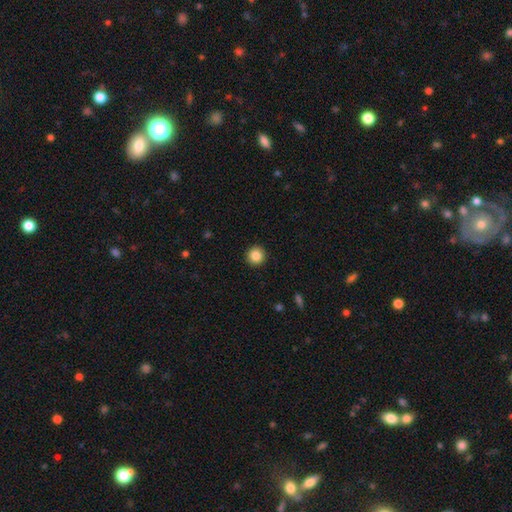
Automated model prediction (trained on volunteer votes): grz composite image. It shows a smooth galaxy with no disk features (86%) that is round (94%). Merging: none (92%).